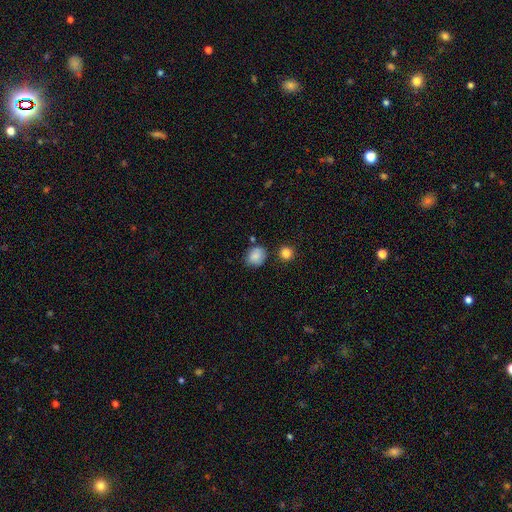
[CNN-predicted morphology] A smooth galaxy with no disk features (84%) that is round (67%).

Vote fractions:
- Smooth or featured? smooth: 84% / star or artifact: 10% / featured or disk: 6%
- How rounded? round: 67% / in between: 32% / cigar-shaped: 1%
- Merging? none: 72% / minor disturbance: 19% / merger: 5% / major disturbance: 4%